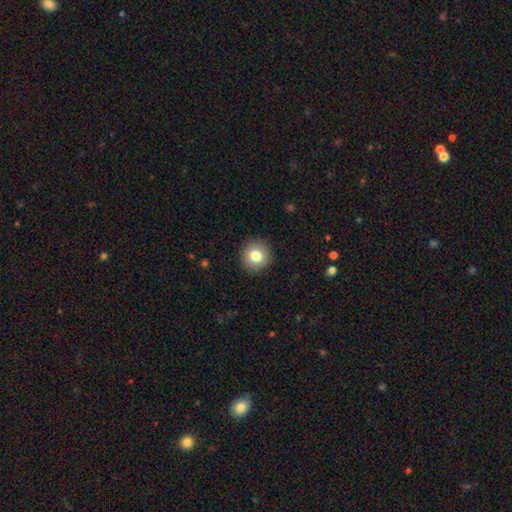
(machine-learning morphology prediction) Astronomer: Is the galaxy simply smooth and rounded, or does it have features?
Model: smooth — 80%.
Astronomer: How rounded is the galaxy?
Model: round — 93%.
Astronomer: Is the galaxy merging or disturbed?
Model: none — 92%.